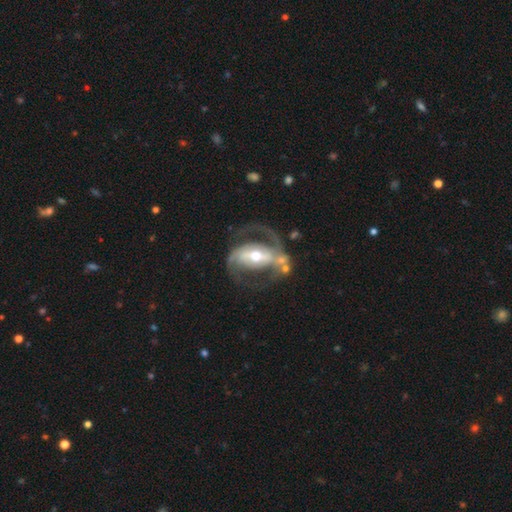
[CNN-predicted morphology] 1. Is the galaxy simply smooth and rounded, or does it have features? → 86% featured or disk, 9% smooth, 5% star or artifact.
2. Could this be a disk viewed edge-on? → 96% no, 4% yes.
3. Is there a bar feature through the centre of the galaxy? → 48% strong, 31% weak, 20% no.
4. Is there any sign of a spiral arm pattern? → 88% yes, 12% no.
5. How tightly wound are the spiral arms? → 51% medium, 30% loose, 19% tight.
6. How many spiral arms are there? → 84% 2, 7% 1, 6% can't tell, 2% 3, 1% 4, 1% more than 4.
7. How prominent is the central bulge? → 68% moderate, 23% small, 7% large, 1% dominant, 1% none.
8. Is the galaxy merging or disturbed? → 52% none, 22% major disturbance, 17% minor disturbance, 8% merger.